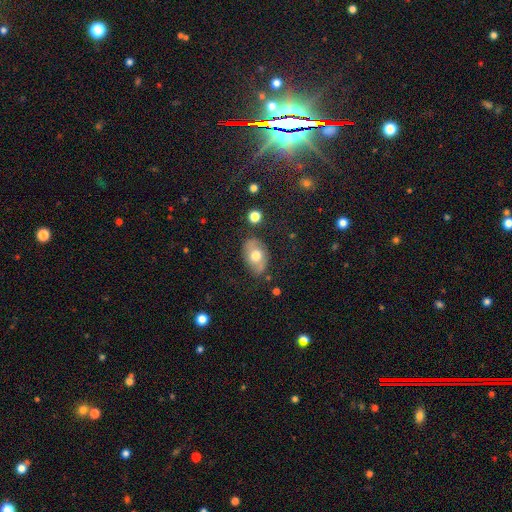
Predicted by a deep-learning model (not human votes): A smooth galaxy with no disk features (59%) that is in between round and cigar-shaped (83%). Merging: none (71%).